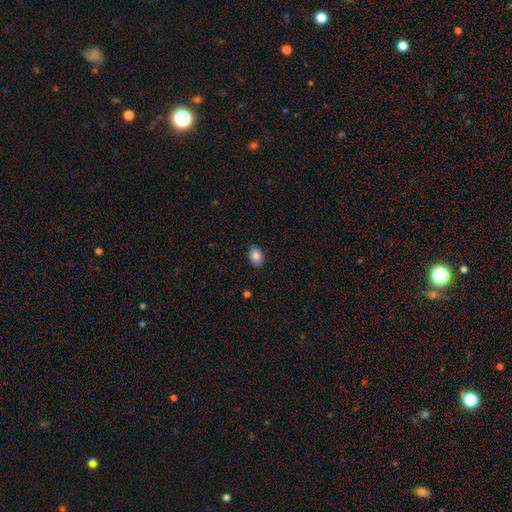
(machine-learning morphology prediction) Smooth or featured? smooth (86%)
How rounded? in between (74%)
Merging? none (87%)